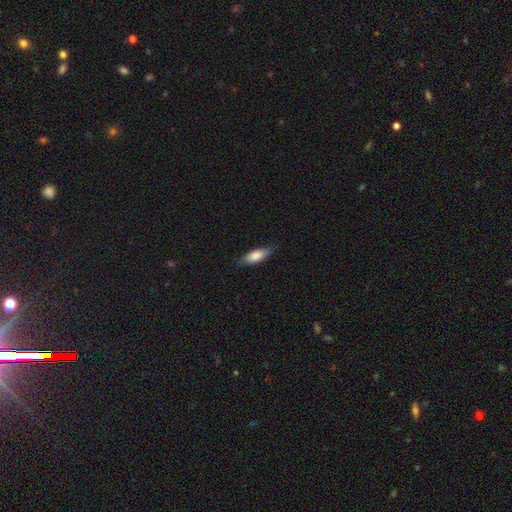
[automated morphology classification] Smooth or featured? Predicted: smooth (p=0.78). How rounded? Predicted: in between (p=0.63). Merging? Predicted: none (p=0.81).